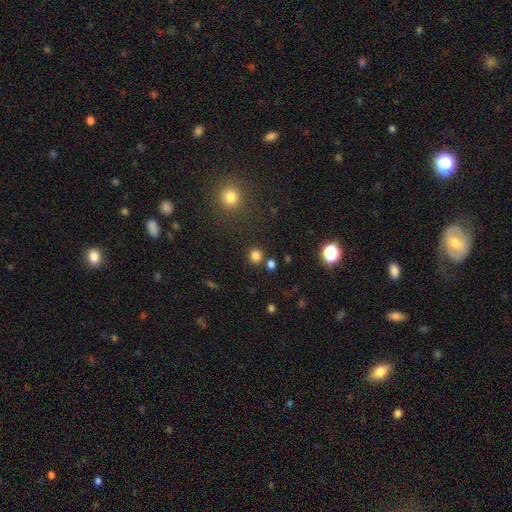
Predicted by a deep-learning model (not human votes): This is clearly a smooth galaxy (80%). How rounded: clearly round (85%). Merging: clearly none (81%).